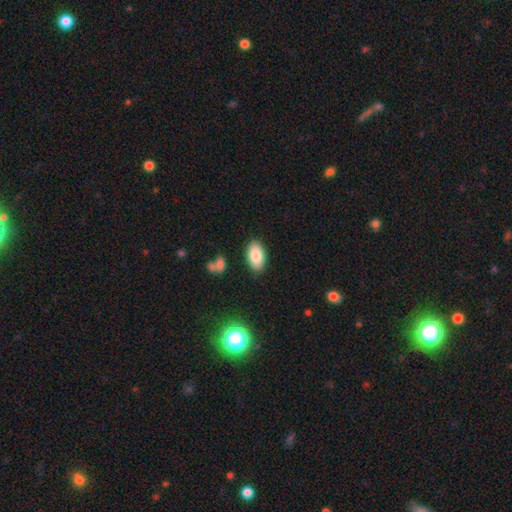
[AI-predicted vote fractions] smooth-or-featured: smooth: 84% | featured or disk: 8% | star or artifact: 7%
  how-rounded: in between: 94% | round: 4% | cigar-shaped: 2%
  merging: none: 86% | minor disturbance: 9% | major disturbance: 2% | merger: 2%